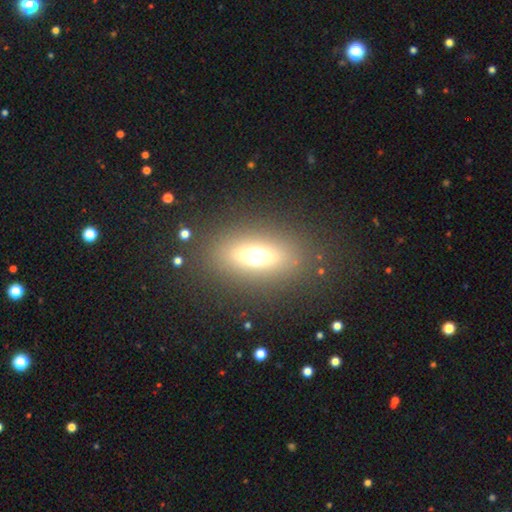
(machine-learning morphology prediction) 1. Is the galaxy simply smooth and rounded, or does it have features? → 58% smooth, 24% featured or disk, 18% star or artifact.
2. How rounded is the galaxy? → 73% in between, 14% round, 13% cigar-shaped.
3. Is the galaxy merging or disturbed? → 86% none, 8% minor disturbance, 5% major disturbance, 2% merger.